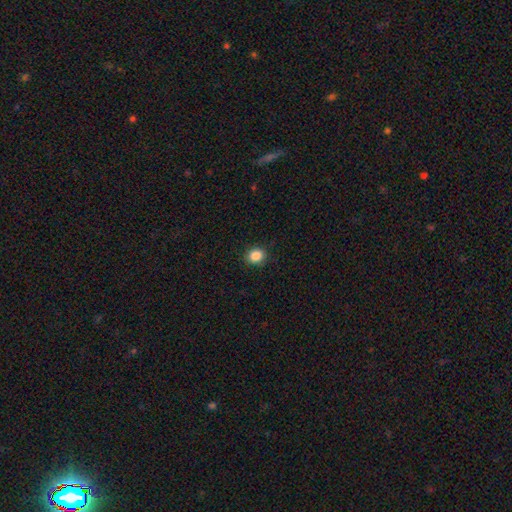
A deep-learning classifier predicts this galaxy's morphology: Smooth or featured? smooth (87%)
How rounded? round (75%)
Merging? none (90%)